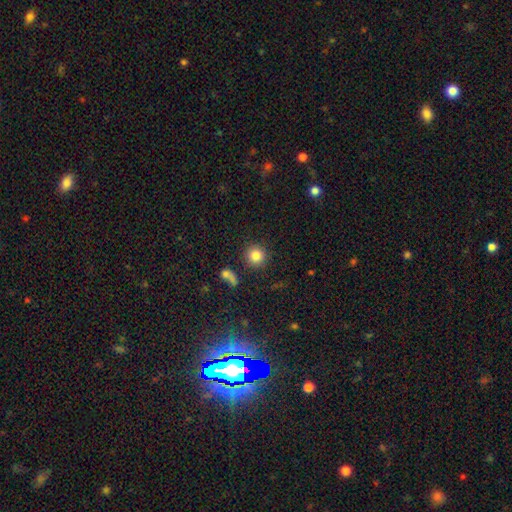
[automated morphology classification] Smooth or featured? Predicted: smooth (p=0.84). How rounded? Predicted: round (p=0.94). Merging? Predicted: none (p=0.87).